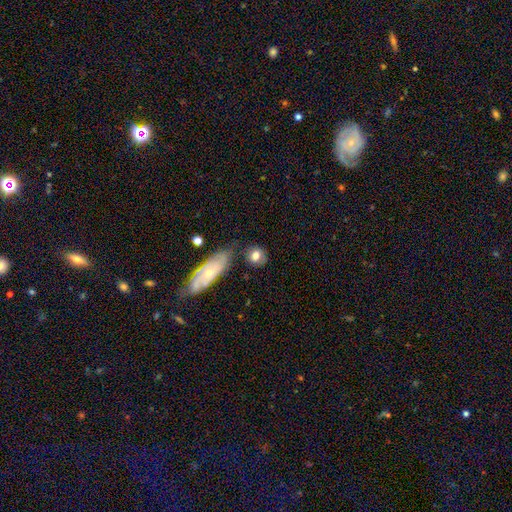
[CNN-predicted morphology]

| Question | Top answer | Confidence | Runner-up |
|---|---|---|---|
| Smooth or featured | smooth | 74% | featured or disk (19%) |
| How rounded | round | 65% | in between (32%) |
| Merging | none | 68% | minor disturbance (18%) |